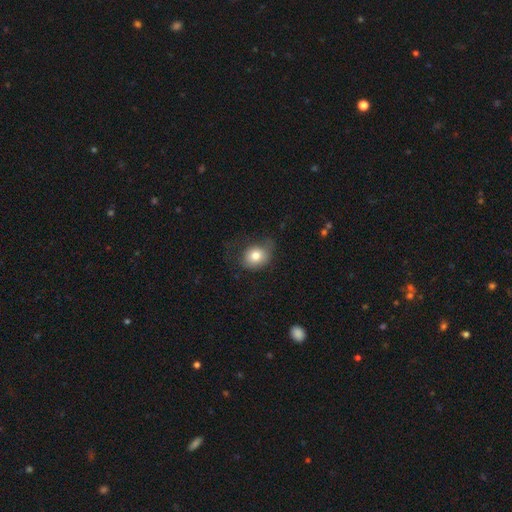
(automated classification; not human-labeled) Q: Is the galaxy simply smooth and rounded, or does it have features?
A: smooth — 77%.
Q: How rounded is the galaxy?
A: round — 56%.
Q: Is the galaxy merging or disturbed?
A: none — 52%.